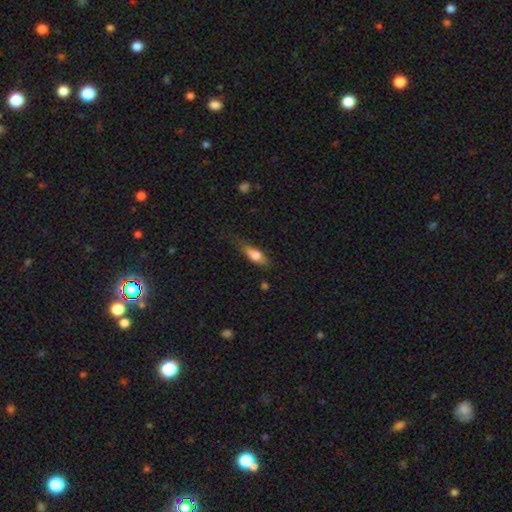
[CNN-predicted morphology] smooth 70%, featured or disk 23%, star or artifact 7%. Down the decision tree: how rounded — in between (66%); merging — none (57%).